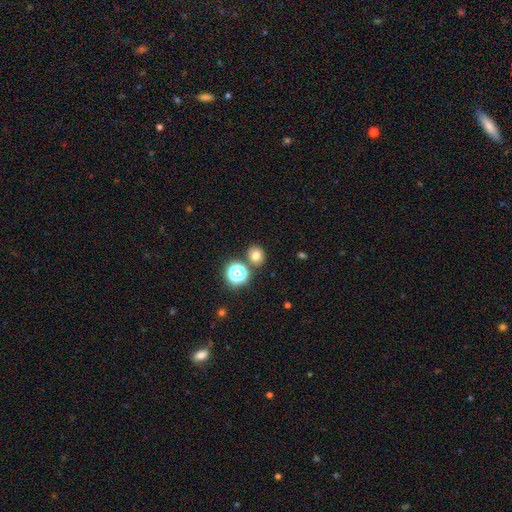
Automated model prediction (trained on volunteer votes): smooth_or_featured: smooth (p=0.74) [alt: star or artifact p=0.18]
how_rounded: round (p=0.72) [alt: in between p=0.27]
merging: none (p=0.79) [alt: merger p=0.10]